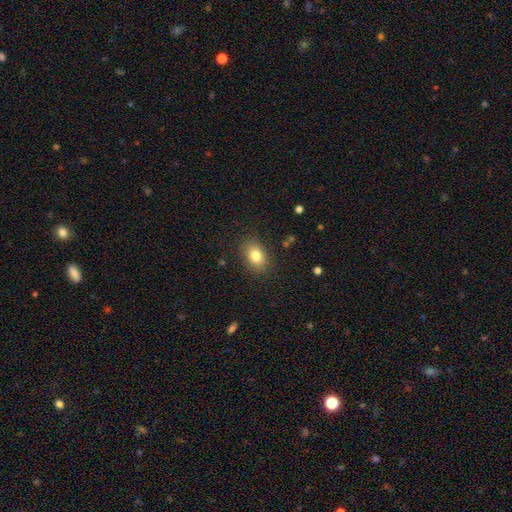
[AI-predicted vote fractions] Smooth or featured?
  - smooth: 82% *
  - star or artifact: 9%
  - featured or disk: 9%
How rounded?
  - in between: 76% *
  - round: 23%
  - cigar-shaped: 1%
Merging?
  - none: 86% *
  - minor disturbance: 10%
  - major disturbance: 3%
  - merger: 1%